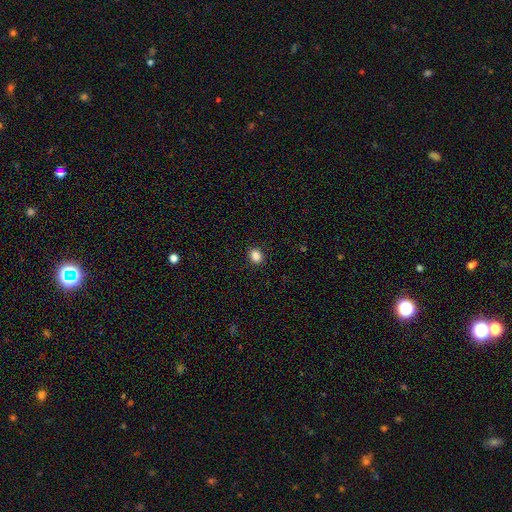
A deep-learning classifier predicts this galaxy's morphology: smooth-or-featured: smooth: 86% | star or artifact: 10% | featured or disk: 3%
  how-rounded: round: 63% | in between: 36% | cigar-shaped: 1%
  merging: none: 91% | minor disturbance: 6% | major disturbance: 2% | merger: 1%